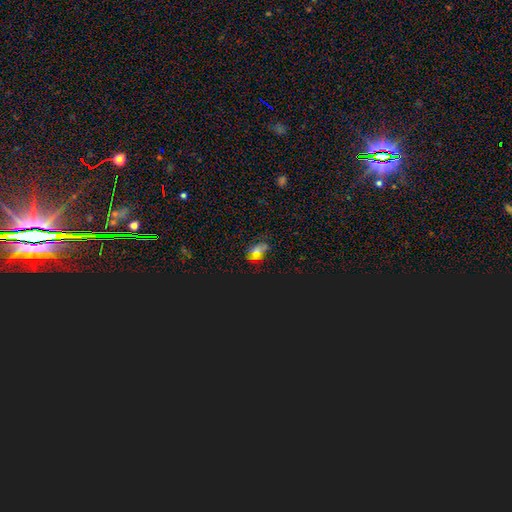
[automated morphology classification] The model was most divided on "smooth or featured": star or artifact: 48%, smooth: 29%, featured or disk: 23%.